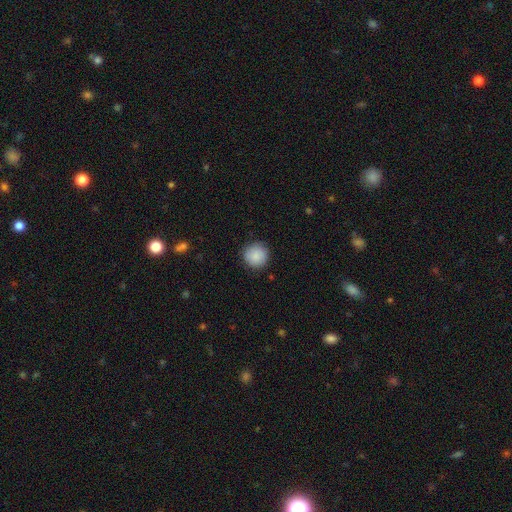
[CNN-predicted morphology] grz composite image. It shows a smooth galaxy with no disk features (88%) that is round (95%). Merging: none (88%).